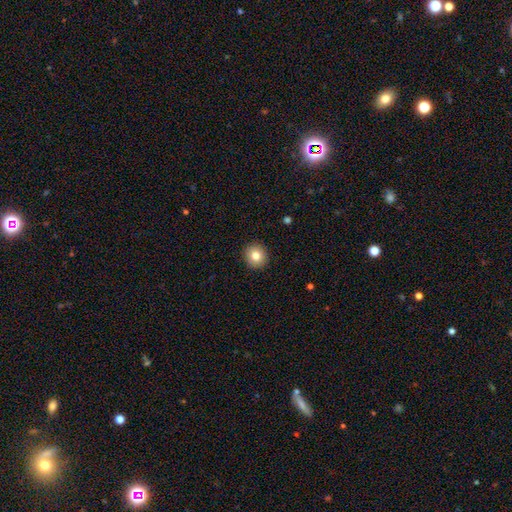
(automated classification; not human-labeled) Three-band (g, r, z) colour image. It shows a smooth galaxy with no disk features (80%) that is round (90%). Merging: none (92%).